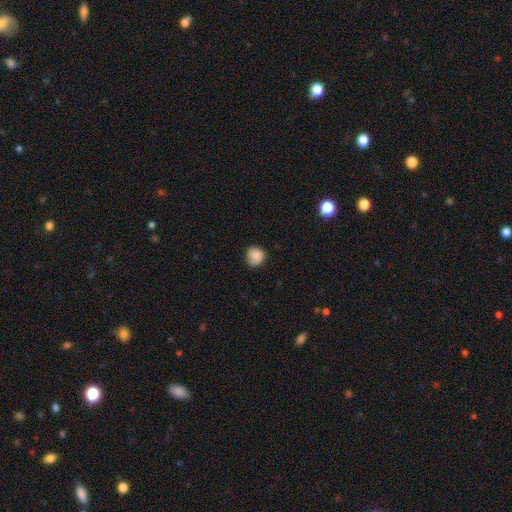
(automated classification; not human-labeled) Smooth or featured? Predicted: smooth (p=0.87). How rounded? Predicted: round (p=0.86). Merging? Predicted: none (p=0.75).